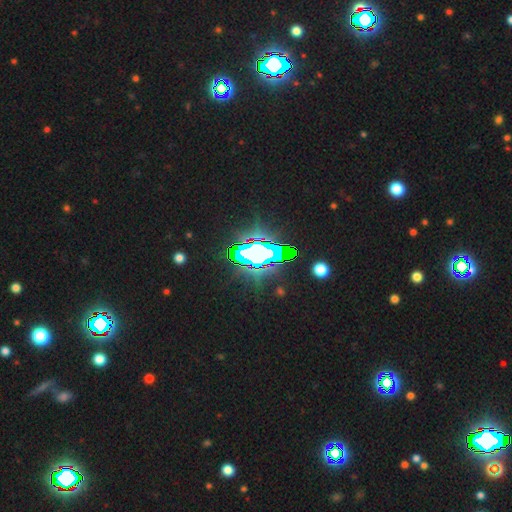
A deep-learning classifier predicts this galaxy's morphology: Smooth or featured? Predicted: star or artifact (p=0.68).